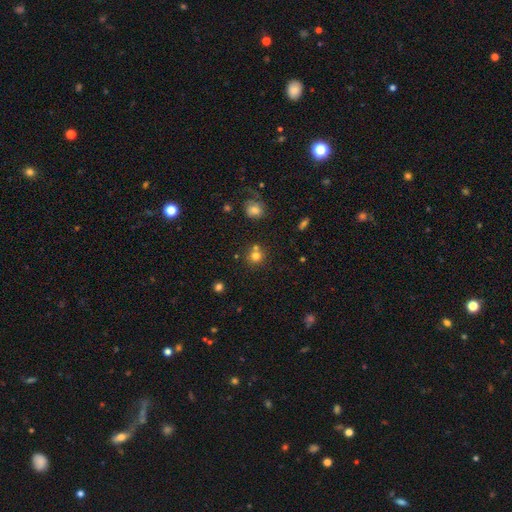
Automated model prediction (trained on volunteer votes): A smooth galaxy with no disk features (75%) that is round (89%). Merging: none (64%).